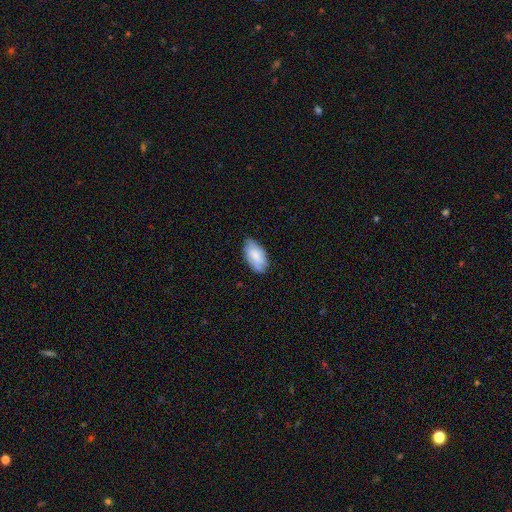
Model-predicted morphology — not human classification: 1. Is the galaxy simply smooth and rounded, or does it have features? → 69% smooth, 24% featured or disk, 7% star or artifact.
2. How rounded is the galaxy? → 94% in between, 3% round, 3% cigar-shaped.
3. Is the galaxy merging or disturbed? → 72% none, 23% minor disturbance, 4% major disturbance, 1% merger.